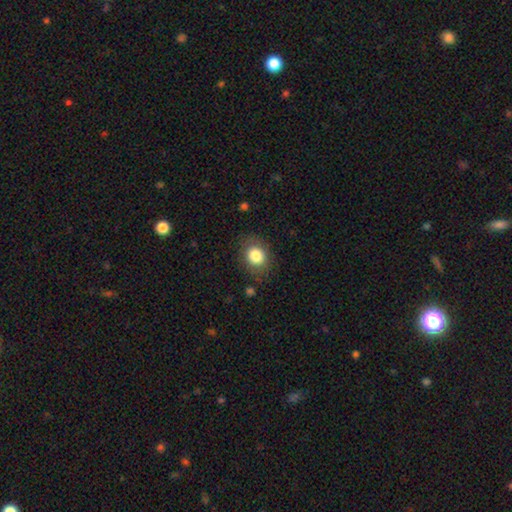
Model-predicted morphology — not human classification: A smooth galaxy with no disk features (83%) that is round (56%).

Vote fractions:
- Smooth or featured? smooth: 83% / star or artifact: 9% / featured or disk: 8%
- How rounded? round: 56% / in between: 43% / cigar-shaped: 1%
- Merging? none: 81% / minor disturbance: 13% / major disturbance: 4% / merger: 1%